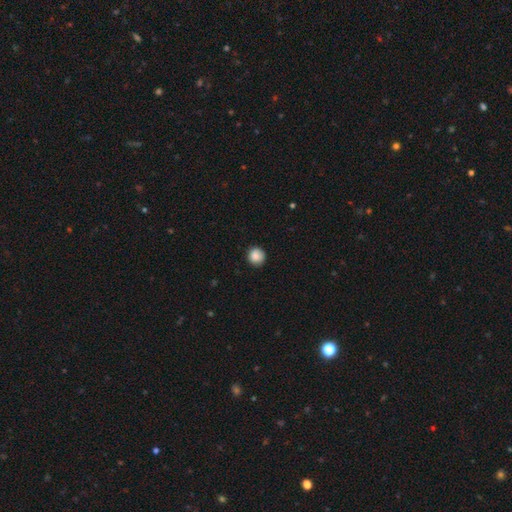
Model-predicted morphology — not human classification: Smooth or featured: smooth — 87% (star or artifact — 9%)
How rounded: round — 93% (in between — 6%)
Merging: none — 87% (minor disturbance — 10%)